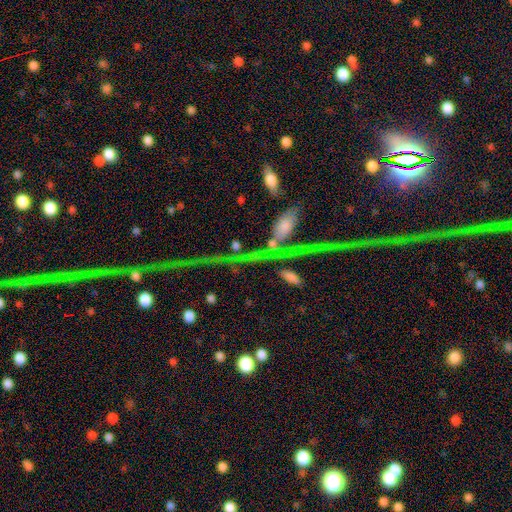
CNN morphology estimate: Smooth or featured? smooth (41%)
Merging? none (50%)